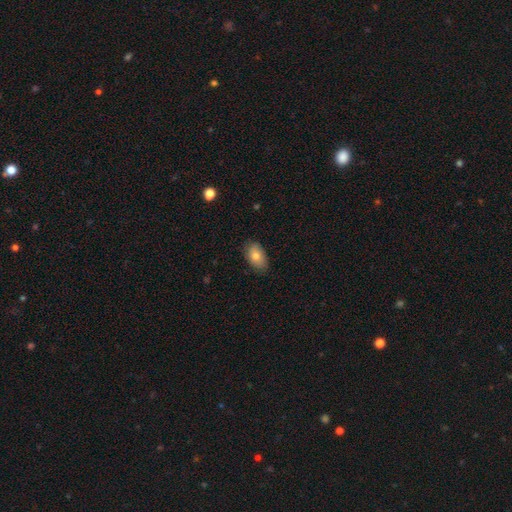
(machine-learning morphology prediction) This appears to be a smooth galaxy with no disk features (79%) that is in between round and cigar-shaped (92%). Merging: none (82%).